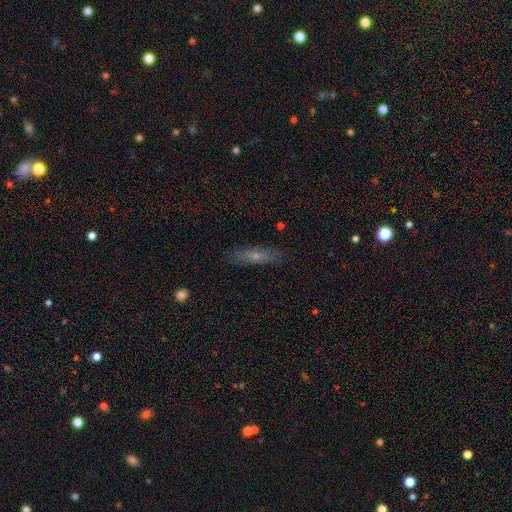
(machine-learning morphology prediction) Smooth or featured? smooth (58%)
How rounded? cigar-shaped (77%)
Merging? none (85%)